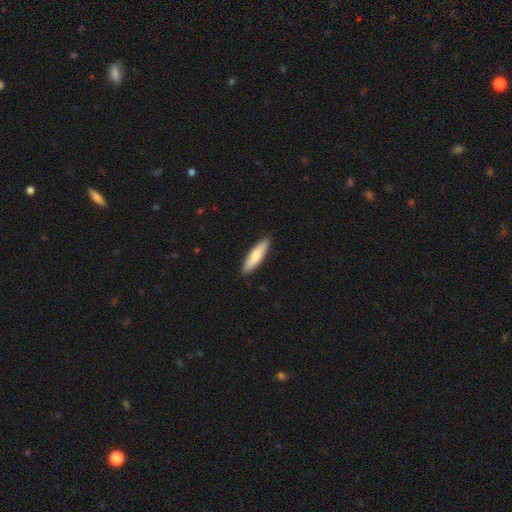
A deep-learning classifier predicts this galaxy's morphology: smooth_or_featured: smooth (p=0.73) [alt: featured or disk p=0.22]
how_rounded: cigar-shaped (p=0.74) [alt: in between p=0.24]
merging: none (p=0.90) [alt: minor disturbance p=0.07]